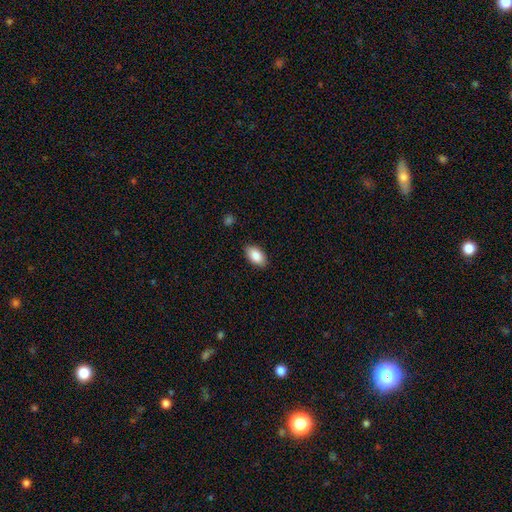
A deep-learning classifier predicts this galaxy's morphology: Smooth or featured?
  - smooth: 87% *
  - star or artifact: 7%
  - featured or disk: 6%
How rounded?
  - in between: 94% *
  - round: 4%
  - cigar-shaped: 2%
Merging?
  - none: 88% *
  - minor disturbance: 9%
  - major disturbance: 2%
  - merger: 1%